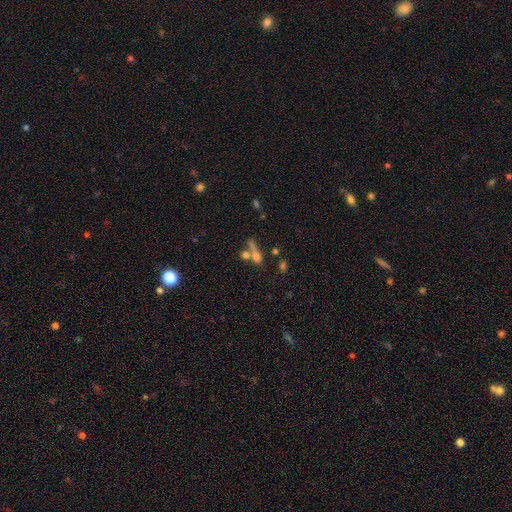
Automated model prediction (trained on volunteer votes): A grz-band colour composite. It shows a smooth galaxy with no disk features (59%) that is cigar-shaped (36%). Merging: merger (41%).